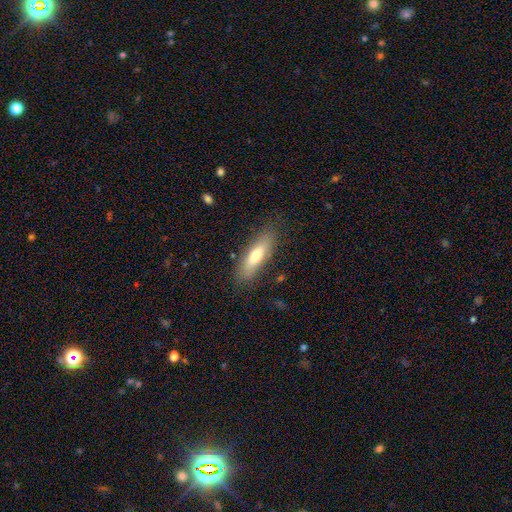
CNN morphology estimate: smooth-or-featured: smooth: 67% | featured or disk: 26% | star or artifact: 7%
  how-rounded: cigar-shaped: 54% | in between: 44% | round: 2%
  merging: none: 82% | minor disturbance: 13% | major disturbance: 4% | merger: 1%